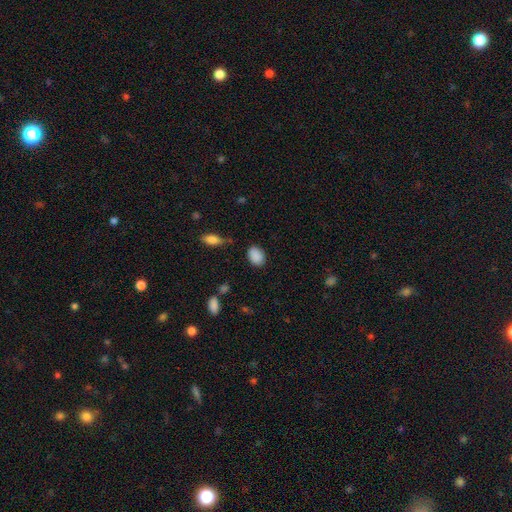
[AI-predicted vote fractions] Smooth or featured? Predicted: smooth (p=0.89). How rounded? Predicted: in between (p=0.76). Merging? Predicted: none (p=0.82).